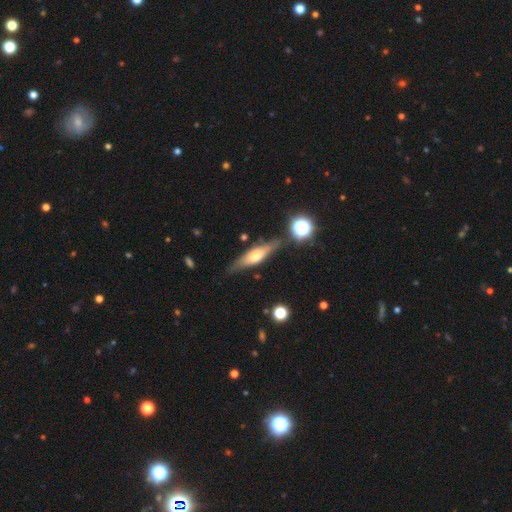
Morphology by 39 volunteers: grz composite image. It shows a featured or disk galaxy (59%) viewed edge-on (87%) with a rounded central bulge (85%). Merging: none (84%).